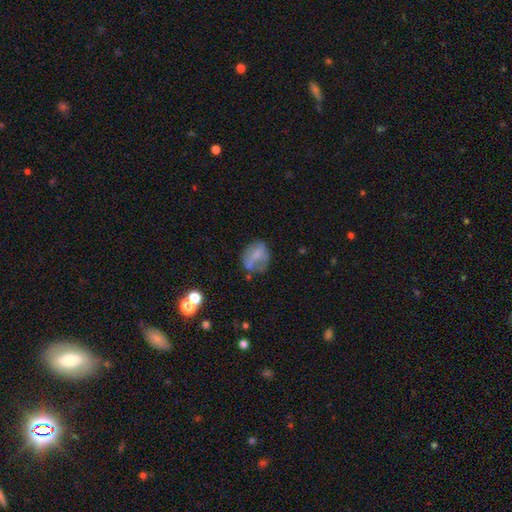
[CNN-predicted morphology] Smooth or featured?
  - smooth: 54% *
  - featured or disk: 35%
  - star or artifact: 11%
How rounded?
  - round: 54% *
  - in between: 44%
  - cigar-shaped: 2%
Merging?
  - none: 53% *
  - minor disturbance: 25%
  - major disturbance: 16%
  - merger: 7%